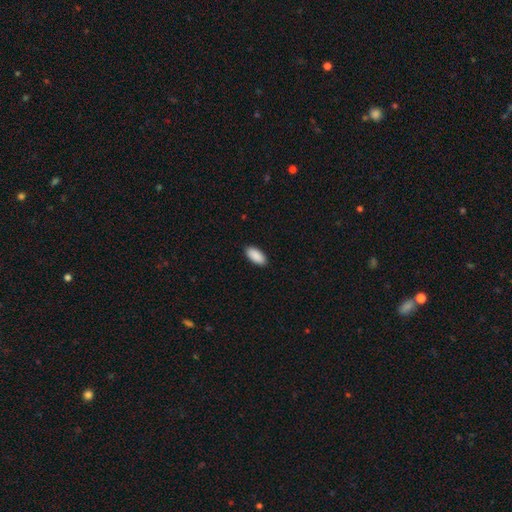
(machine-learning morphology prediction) smooth 91%, star or artifact 6%, featured or disk 3%. Down the decision tree: how rounded — in between (92%); merging — none (91%).